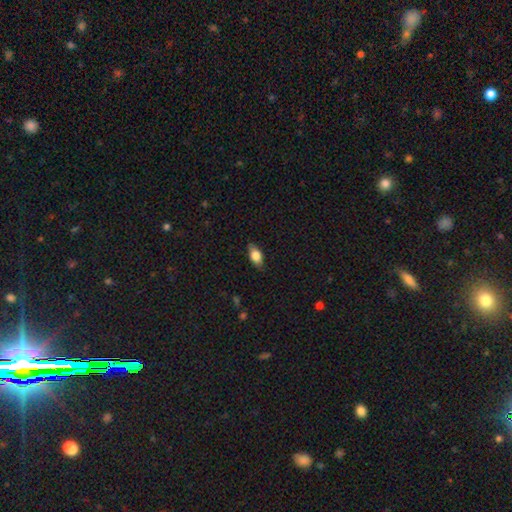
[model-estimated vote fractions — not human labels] smooth-or-featured: smooth: 74% | featured or disk: 18% | star or artifact: 8%
  how-rounded: in between: 84% | cigar-shaped: 9% | round: 6%
  merging: none: 82% | minor disturbance: 14% | major disturbance: 3% | merger: 1%